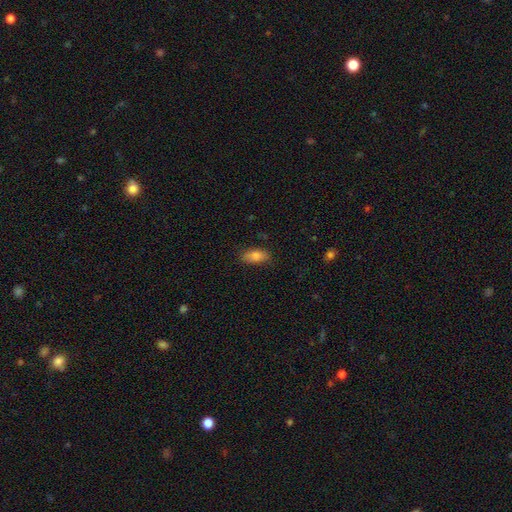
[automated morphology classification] smooth-or-featured: smooth: 82% | featured or disk: 10% | star or artifact: 8%
  how-rounded: in between: 86% | cigar-shaped: 11% | round: 3%
  merging: none: 83% | minor disturbance: 13% | major disturbance: 3% | merger: 1%